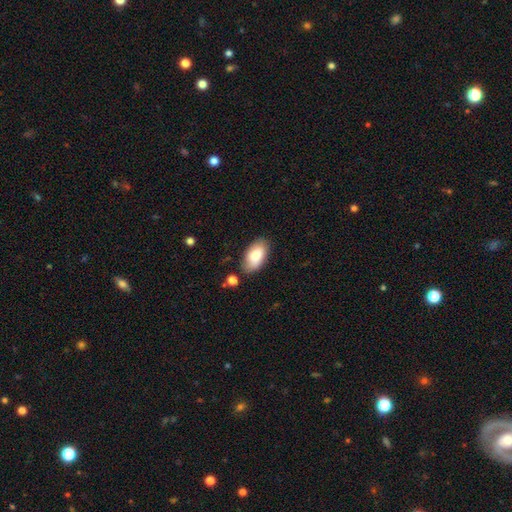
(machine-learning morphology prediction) A smooth galaxy with no disk features (82%) that is in between round and cigar-shaped (95%).

Vote fractions:
- Smooth or featured? smooth: 82% / featured or disk: 12% / star or artifact: 6%
- How rounded? in between: 95% / round: 3% / cigar-shaped: 2%
- Merging? none: 78% / minor disturbance: 15% / merger: 4% / major disturbance: 3%